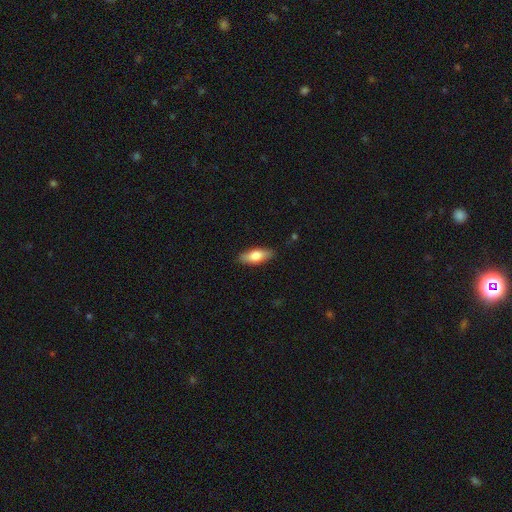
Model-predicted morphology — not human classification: Q: Smooth or featured?
A: smooth (72%); runner-up: featured or disk (22%)
Q: How rounded?
A: in between (73%); runner-up: cigar-shaped (24%)
Q: Merging?
A: none (86%); runner-up: minor disturbance (11%)